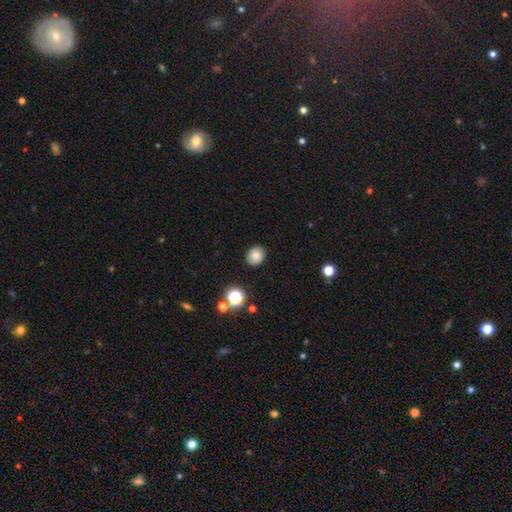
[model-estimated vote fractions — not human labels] The model was most divided on "how rounded": round: 68%, in between: 31%, cigar-shaped: 1%. More confident: merging — none (88%); smooth or featured — smooth (81%).